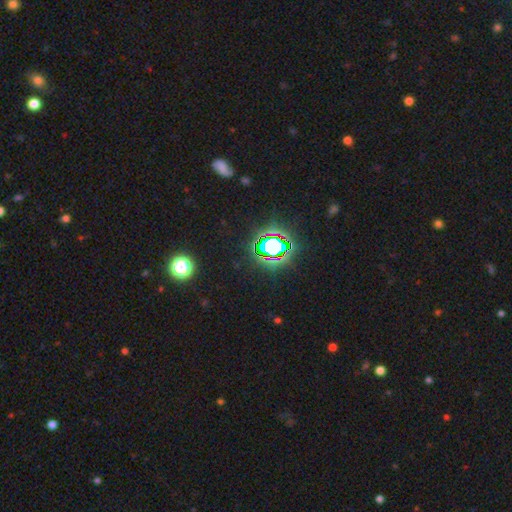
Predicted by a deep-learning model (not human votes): A star or artifact, not a galaxy (77%).

Vote fractions:
- Smooth or featured? star or artifact: 77% / smooth: 15% / featured or disk: 8%